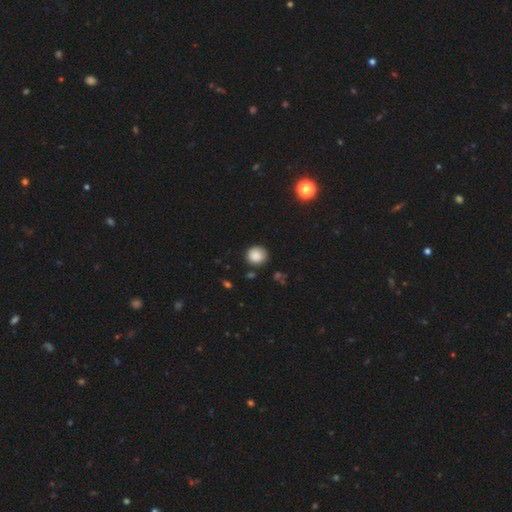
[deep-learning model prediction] Q: Smooth or featured?
A: smooth (86%); runner-up: star or artifact (9%)
Q: How rounded?
A: round (88%); runner-up: in between (11%)
Q: Merging?
A: none (84%); runner-up: minor disturbance (12%)